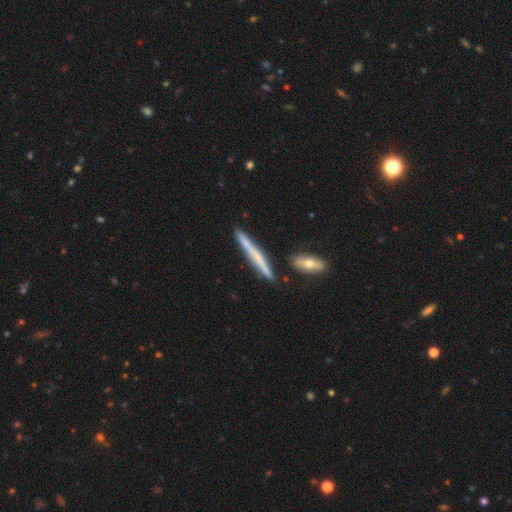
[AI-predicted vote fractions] Smooth or featured: featured or disk — 48% (smooth — 46%)
Merging: none — 82% (minor disturbance — 11%)